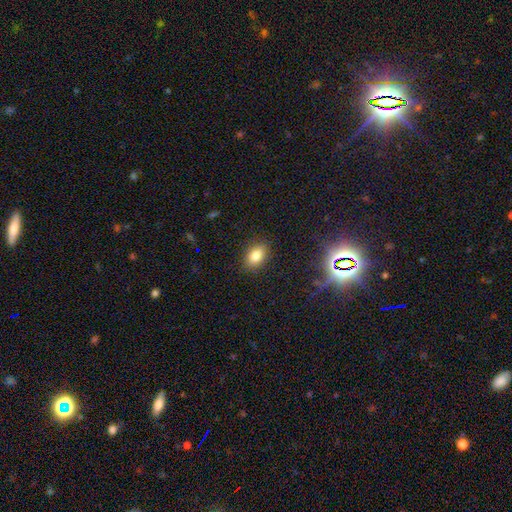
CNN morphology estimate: Overall: smooth (81%). How rounded: in between (82%). Merging: none (87%).